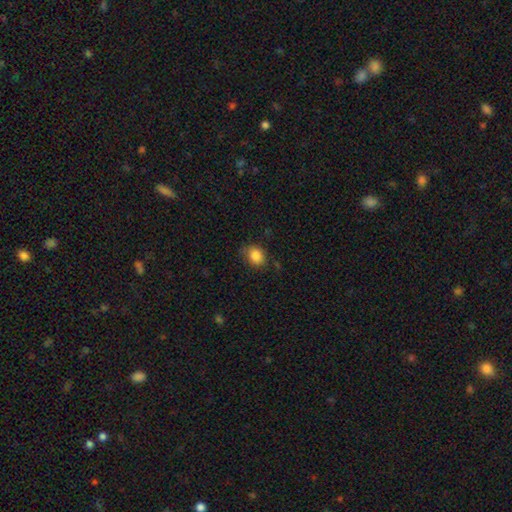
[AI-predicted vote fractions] Q: Smooth or featured?
A: smooth (85%); runner-up: star or artifact (10%)
Q: How rounded?
A: round (54%); runner-up: in between (45%)
Q: Merging?
A: none (71%); runner-up: minor disturbance (22%)